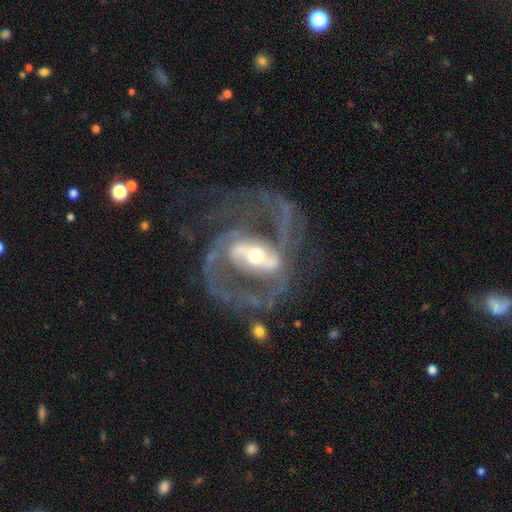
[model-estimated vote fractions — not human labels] A featured or disk galaxy (90%) with a strong bar (55%), 2 (82%) medium (55%) spiral arms (92%) and a moderate central bulge (59%).

Vote fractions:
- Smooth or featured? featured or disk: 90% / star or artifact: 5% / smooth: 5%
- Edge-on disk? no: 97% / yes: 3%
- Bar? strong: 55% / weak: 29% / no: 16%
- Spiral arms? yes: 92% / no: 8%
- Spiral winding? medium: 55% / loose: 28% / tight: 17%
- Spiral arm count? 2: 82% / can't tell: 6% / 3: 5% / 1: 4% / 4: 2% / more than 4: 2%
- Bulge size? moderate: 59% / small: 31% / large: 8% / dominant: 1% / none: 1%
- Merging? none: 52% / major disturbance: 29% / minor disturbance: 15% / merger: 4%